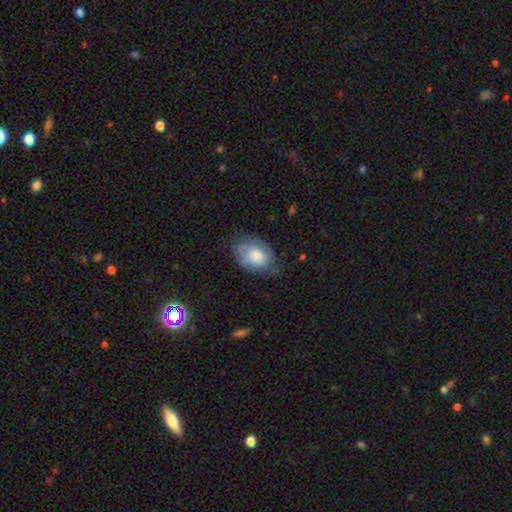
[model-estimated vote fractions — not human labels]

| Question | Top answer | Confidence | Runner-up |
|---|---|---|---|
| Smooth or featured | smooth | 53% | featured or disk (40%) |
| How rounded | in between | 84% | round (14%) |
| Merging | none | 56% | minor disturbance (30%) |